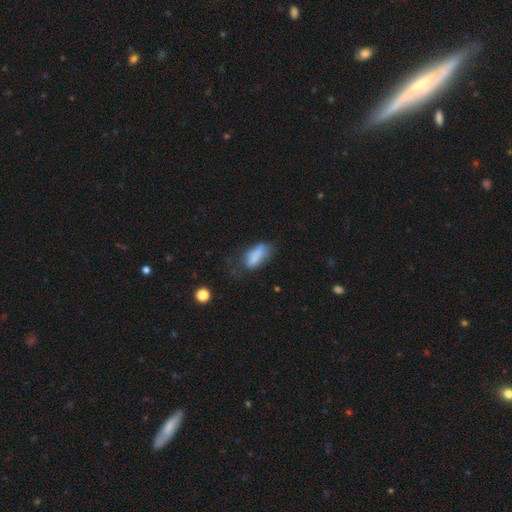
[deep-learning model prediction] A smooth galaxy with no disk features (75%) that is in between round and cigar-shaped (77%).

Vote fractions:
- Smooth or featured? smooth: 75% / featured or disk: 15% / star or artifact: 10%
- How rounded? in between: 77% / cigar-shaped: 19% / round: 3%
- Merging? none: 40% / minor disturbance: 33% / major disturbance: 23% / merger: 4%